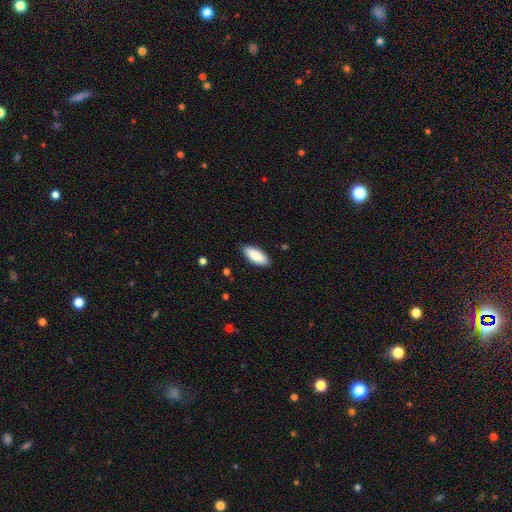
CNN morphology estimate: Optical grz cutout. It shows a smooth galaxy with no disk features (86%) that is in between round and cigar-shaped (82%). Merging: none (89%).